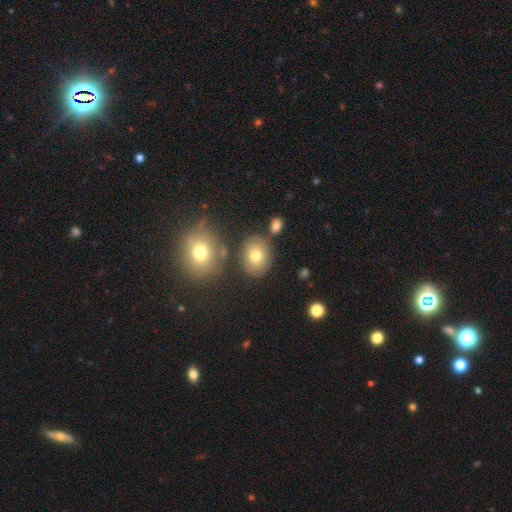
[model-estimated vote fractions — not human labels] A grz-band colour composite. It shows a smooth galaxy with no disk features (72%) that is round (52%). Merging: none (75%).